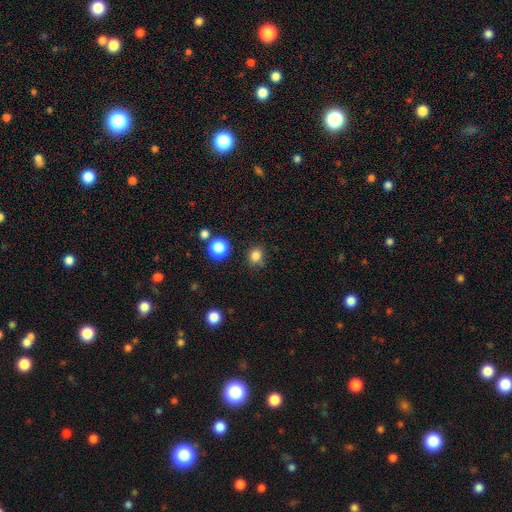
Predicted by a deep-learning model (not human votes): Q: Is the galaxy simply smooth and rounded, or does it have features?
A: smooth — 82%.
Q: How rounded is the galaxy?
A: round — 80%.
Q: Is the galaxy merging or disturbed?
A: none — 84%.